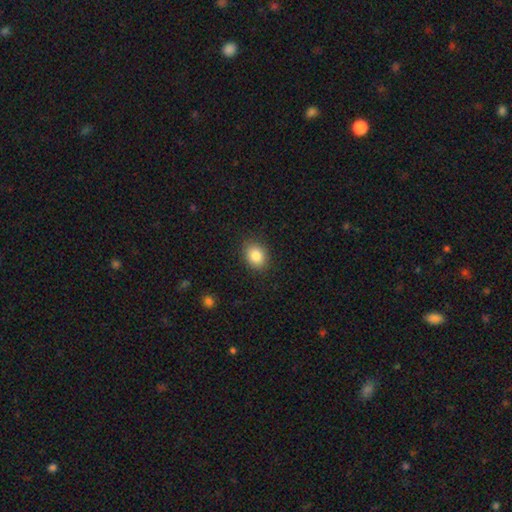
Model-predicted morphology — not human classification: The model was most divided on "how rounded": in between: 59%, round: 40%, cigar-shaped: 1%. More confident: merging — none (87%); smooth or featured — smooth (85%).